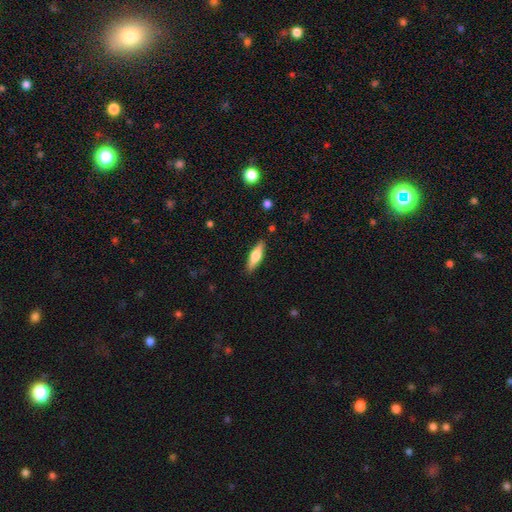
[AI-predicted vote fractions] Morphology: type=smooth (53%); roundness=cigar-shaped (58%); merging=none (88%).